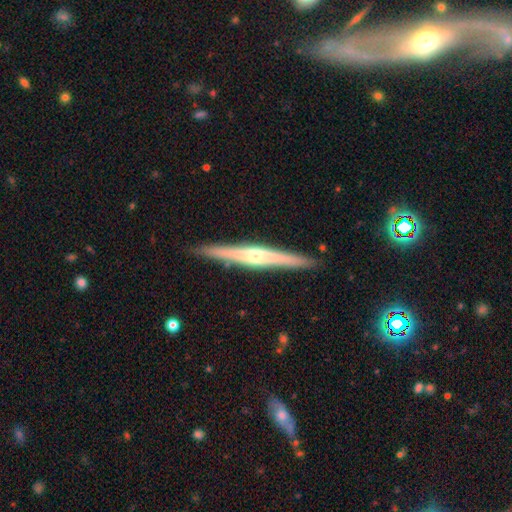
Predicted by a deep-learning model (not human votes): Smooth or featured: featured or disk — 75% (smooth — 20%)
Edge-on disk: yes — 98% (no — 2%)
Edge-on bulge: rounded — 79% (none — 13%)
Merging: none — 91% (minor disturbance — 7%)